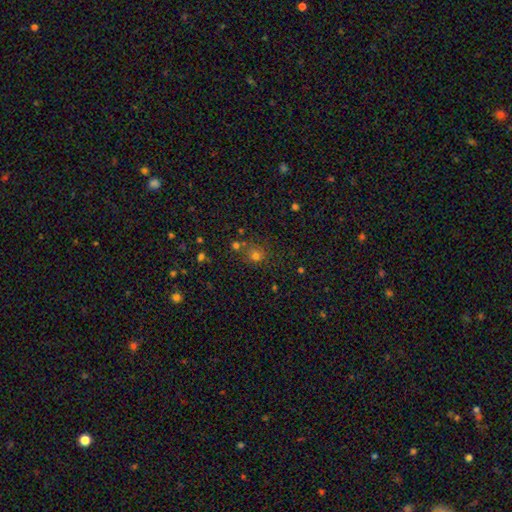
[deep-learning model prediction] Overall: smooth (61%; star or artifact 31%). How rounded: round (87%). Merging: none (75%).